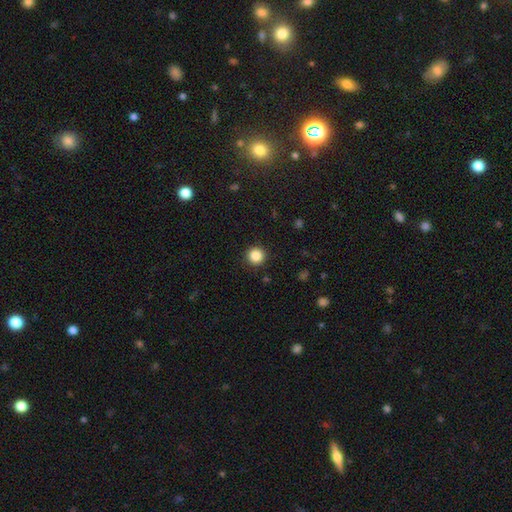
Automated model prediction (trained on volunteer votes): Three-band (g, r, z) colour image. It shows a smooth galaxy with no disk features (87%) that is round (95%). Merging: none (92%).